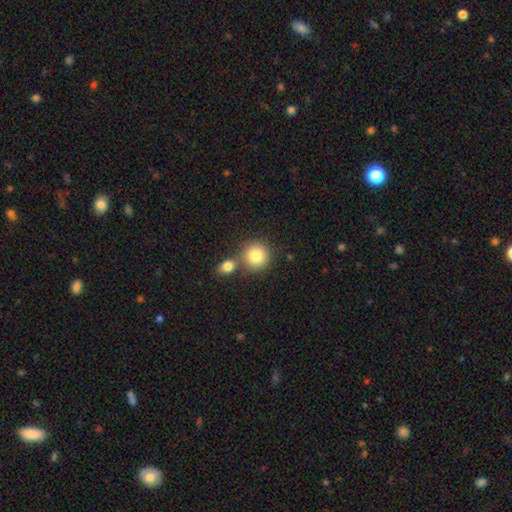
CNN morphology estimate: Smooth or featured: smooth — 83% (star or artifact — 9%)
How rounded: round — 90% (in between — 9%)
Merging: none — 59% (merger — 30%)